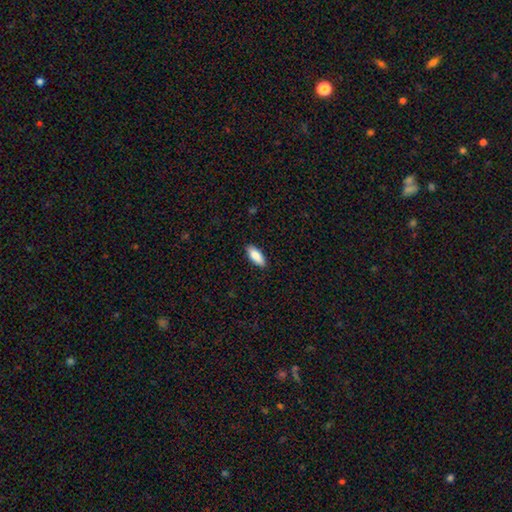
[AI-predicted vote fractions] The model was most divided on "how rounded": in between: 77%, cigar-shaped: 21%, round: 2%. More confident: merging — none (88%); smooth or featured — smooth (86%).